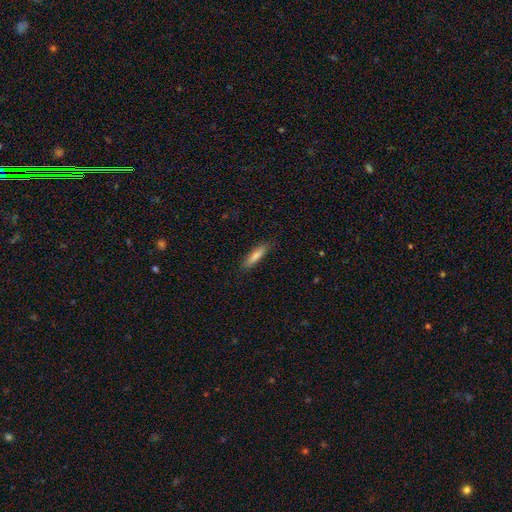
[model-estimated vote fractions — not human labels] A smooth galaxy with no disk features (75%) that is cigar-shaped (80%). Merging: none (87%).